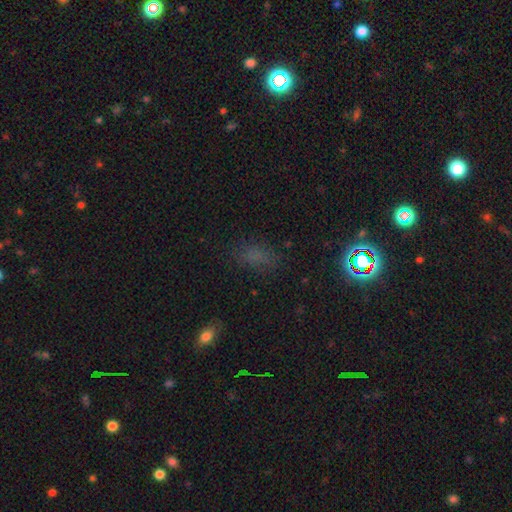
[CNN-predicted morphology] Smooth or featured? smooth (57%)
How rounded? in between (78%)
Merging? none (74%)